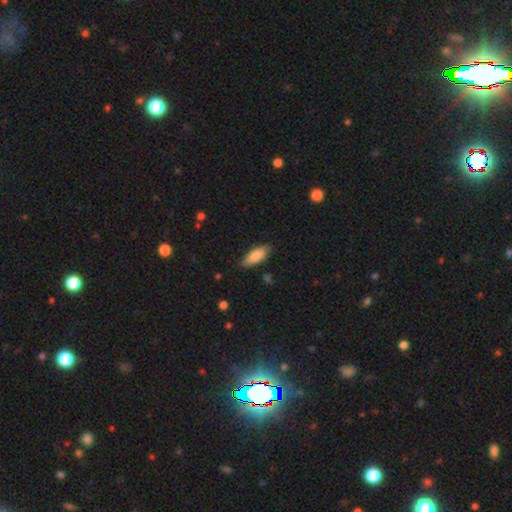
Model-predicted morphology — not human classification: Smooth or featured? Predicted: smooth (p=0.84). How rounded? Predicted: in between (p=0.73). Merging? Predicted: none (p=0.77).